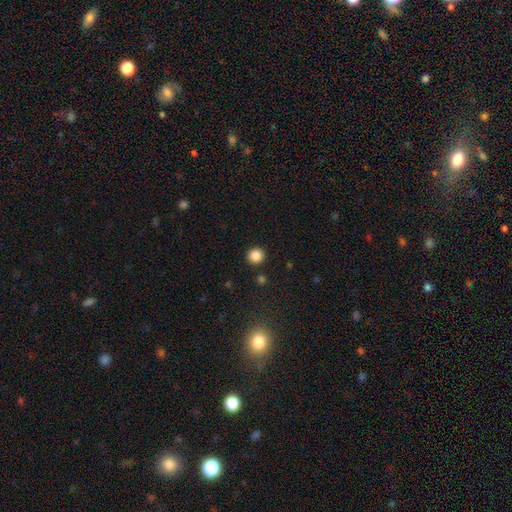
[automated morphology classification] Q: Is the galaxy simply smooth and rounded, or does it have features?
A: smooth — 86%.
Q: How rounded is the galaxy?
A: round — 92%.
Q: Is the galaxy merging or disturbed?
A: none — 91%.